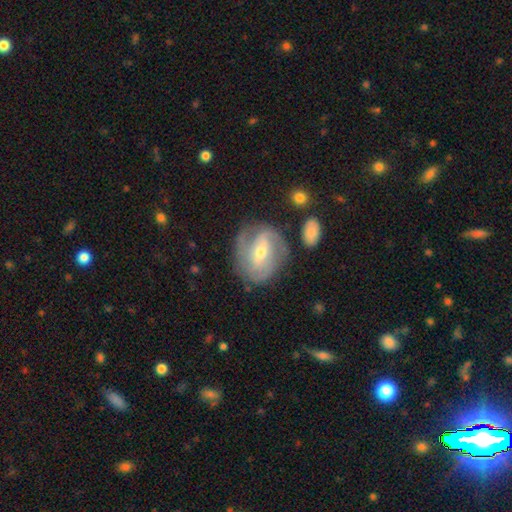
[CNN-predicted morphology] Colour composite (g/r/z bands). It shows a featured or disk galaxy (78%) with a weak bar (44%), 2 (48%) tight (49%) spiral arms (89%) and a small central bulge (51%). Merging: none (70%).